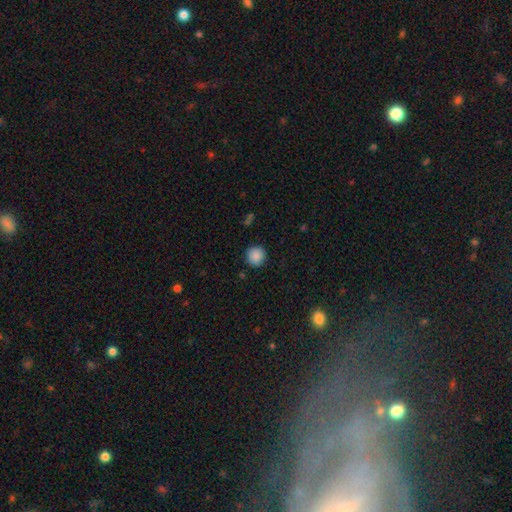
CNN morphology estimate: Overall: smooth (88%). How rounded: round (93%). Merging: none (88%).